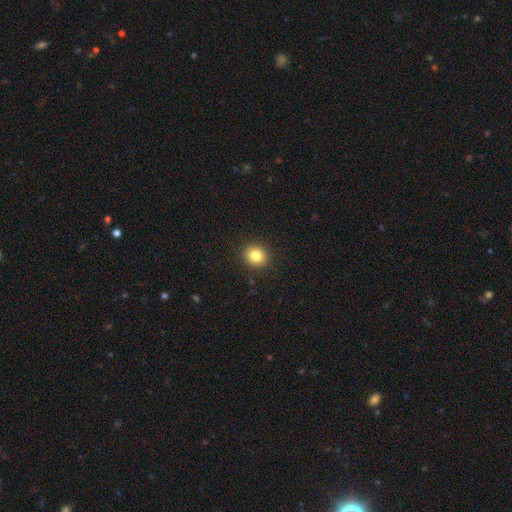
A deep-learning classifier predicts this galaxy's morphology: This is clearly a smooth galaxy (83%). How rounded: likely round (77%). Merging: clearly none (91%).